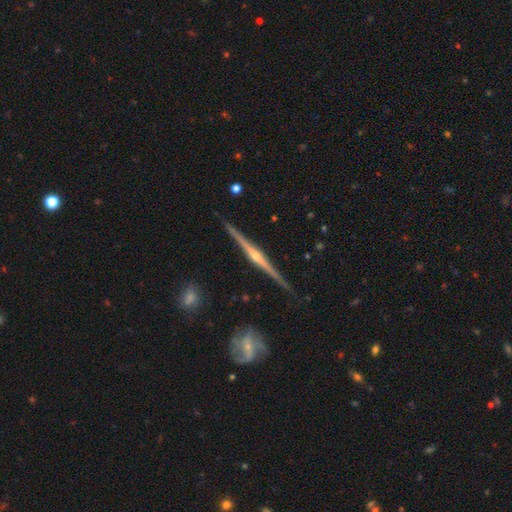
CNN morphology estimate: Smooth or featured? Predicted: featured or disk (p=0.86). Edge-on disk? Predicted: yes (p=0.98). Edge-on bulge? Predicted: rounded (p=0.87). Merging? Predicted: none (p=0.89).